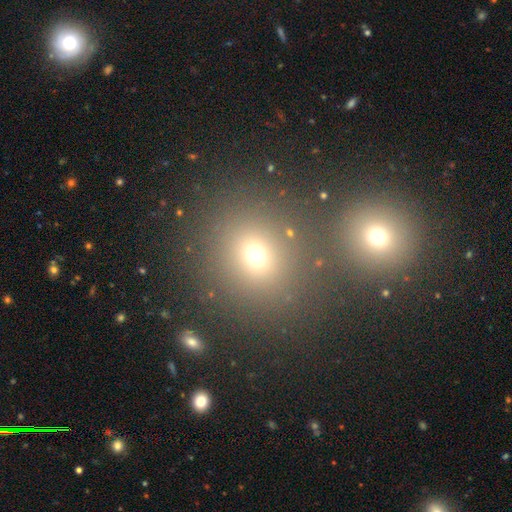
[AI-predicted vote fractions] Smooth or featured? Predicted: smooth (p=0.67). How rounded? Predicted: round (p=0.80). Merging? Predicted: none (p=0.70).